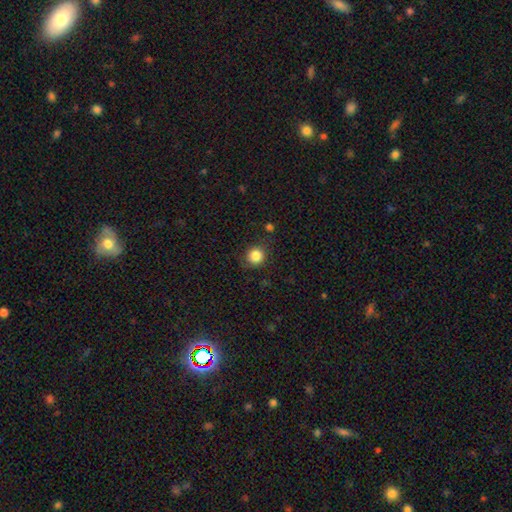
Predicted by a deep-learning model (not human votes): Q: Smooth or featured?
A: smooth (84%); runner-up: star or artifact (11%)
Q: How rounded?
A: round (89%); runner-up: in between (10%)
Q: Merging?
A: none (81%); runner-up: minor disturbance (13%)